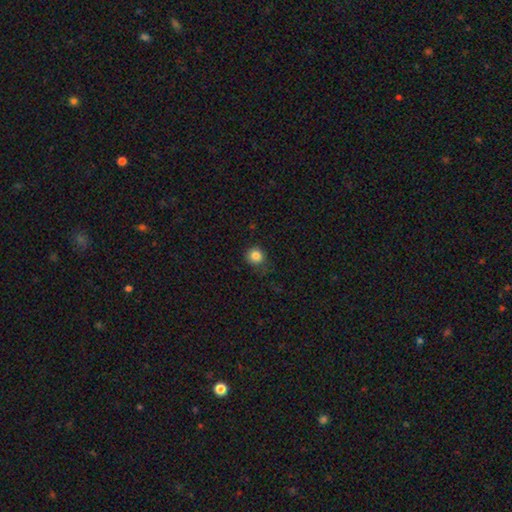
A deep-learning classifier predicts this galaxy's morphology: smooth 84%, star or artifact 12%, featured or disk 5%. Down the decision tree: how rounded — round (90%); merging — none (77%).